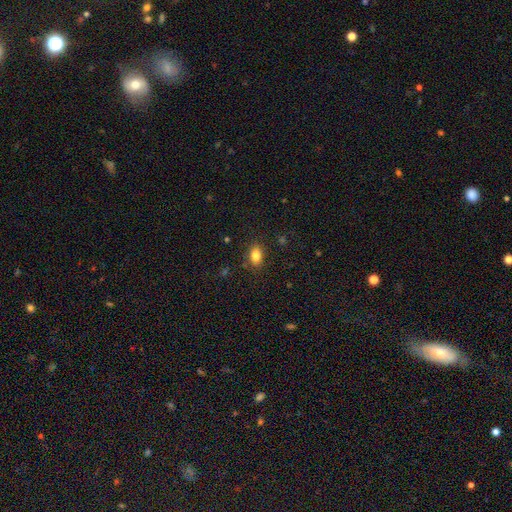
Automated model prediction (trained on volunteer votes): Overall: smooth (83%). How rounded: in between (84%). Merging: none (86%).